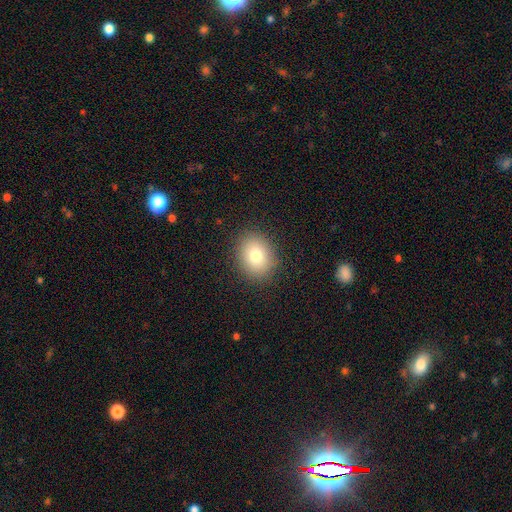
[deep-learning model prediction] smooth-or-featured: smooth: 78% | star or artifact: 11% | featured or disk: 11%
  how-rounded: round: 58% | in between: 41% | cigar-shaped: 1%
  merging: none: 88% | minor disturbance: 8% | major disturbance: 3% | merger: 1%